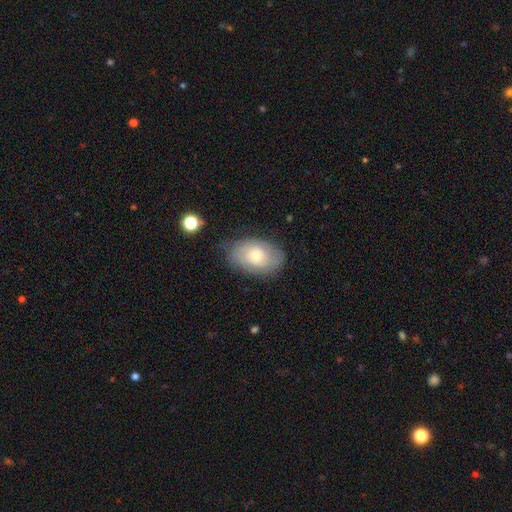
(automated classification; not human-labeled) Q: Smooth or featured?
A: smooth (57%); runner-up: featured or disk (35%)
Q: How rounded?
A: in between (87%); runner-up: round (12%)
Q: Merging?
A: none (72%); runner-up: minor disturbance (21%)